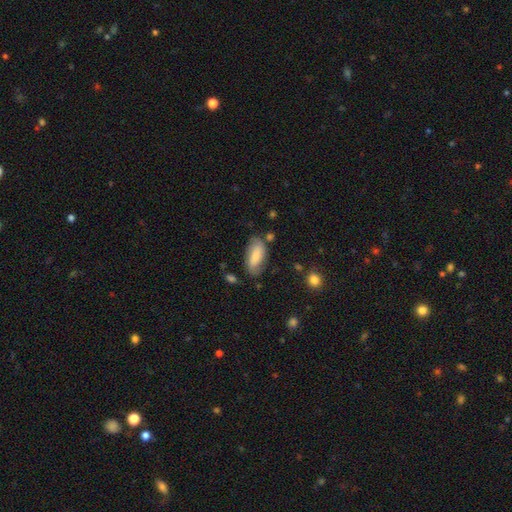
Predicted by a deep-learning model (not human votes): smooth-or-featured: smooth: 61% | featured or disk: 32% | star or artifact: 7%
  how-rounded: in between: 88% | cigar-shaped: 9% | round: 3%
  merging: none: 69% | minor disturbance: 21% | major disturbance: 6% | merger: 3%